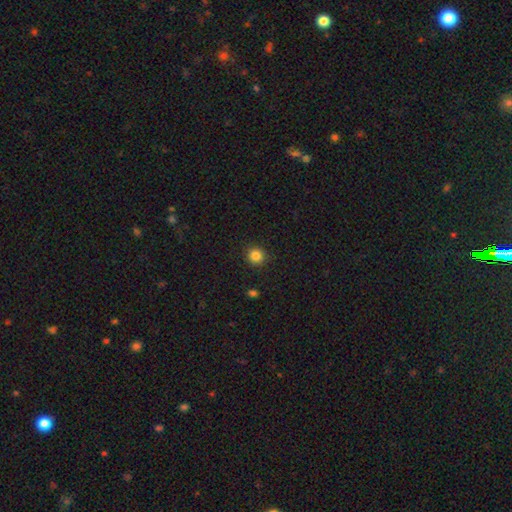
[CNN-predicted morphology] This is clearly a smooth galaxy (85%). How rounded: clearly round (91%). Merging: clearly none (91%).